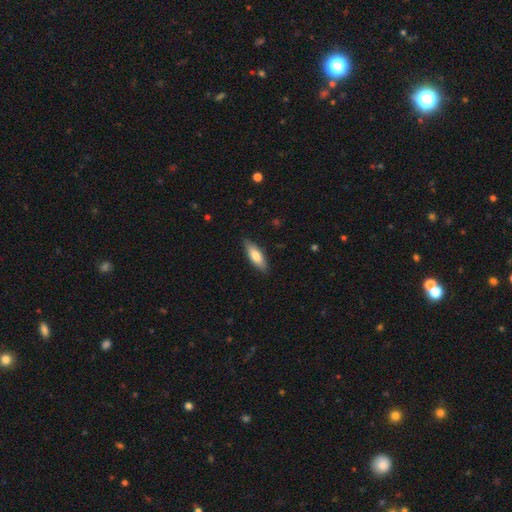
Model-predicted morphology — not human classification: Smooth or featured?
  - smooth: 74% *
  - featured or disk: 21%
  - star or artifact: 6%
How rounded?
  - in between: 54% *
  - cigar-shaped: 44%
  - round: 2%
Merging?
  - none: 86% *
  - minor disturbance: 11%
  - major disturbance: 2%
  - merger: 1%